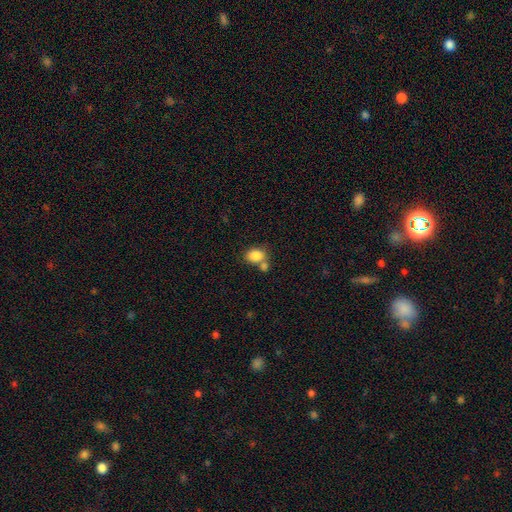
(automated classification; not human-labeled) Smooth or featured? Predicted: smooth (p=0.84). How rounded? Predicted: in between (p=0.62). Merging? Predicted: none (p=0.48).